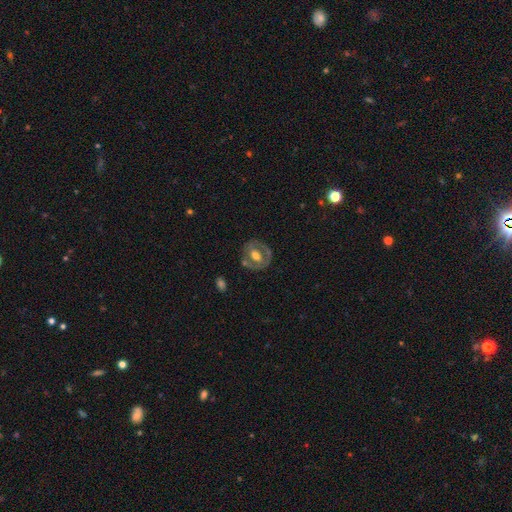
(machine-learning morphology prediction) This appears to be a featured or disk galaxy (58%) with no bar (58%), no spiral arms (77%) and a moderate central bulge (68%). Merging: none (72%).